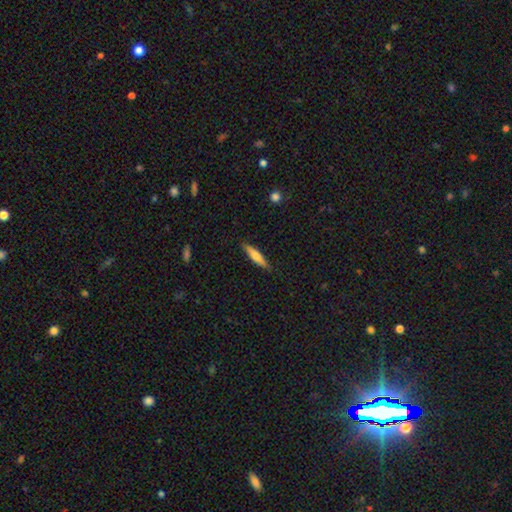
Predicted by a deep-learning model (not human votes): This appears to be a smooth galaxy with no disk features (59%) that is cigar-shaped (82%). Merging: none (88%).